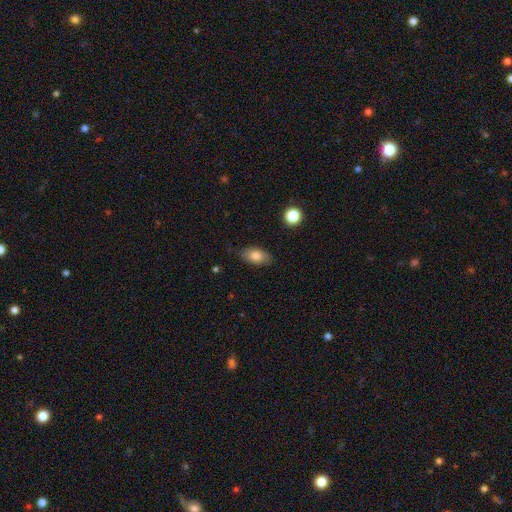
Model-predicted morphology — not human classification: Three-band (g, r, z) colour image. It shows a smooth galaxy with no disk features (79%) that is in between round and cigar-shaped (90%). Merging: none (79%).